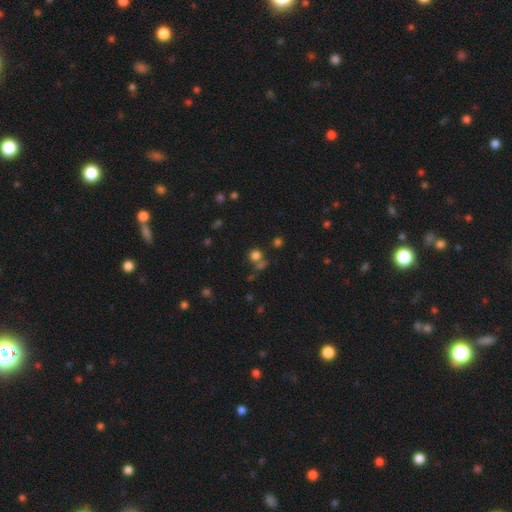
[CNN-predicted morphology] The model was most divided on "merging": none: 65%, merger: 20%, minor disturbance: 9%, major disturbance: 5%. More confident: how rounded — round (89%); smooth or featured — smooth (70%).